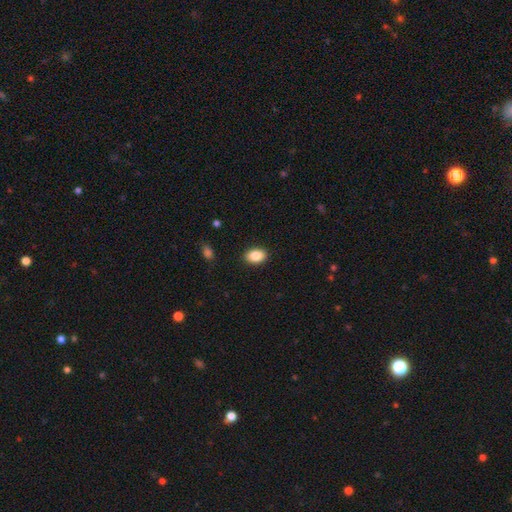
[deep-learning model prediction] This appears to be a smooth galaxy with no disk features (88%) that is in between round and cigar-shaped (84%). Merging: none (89%).